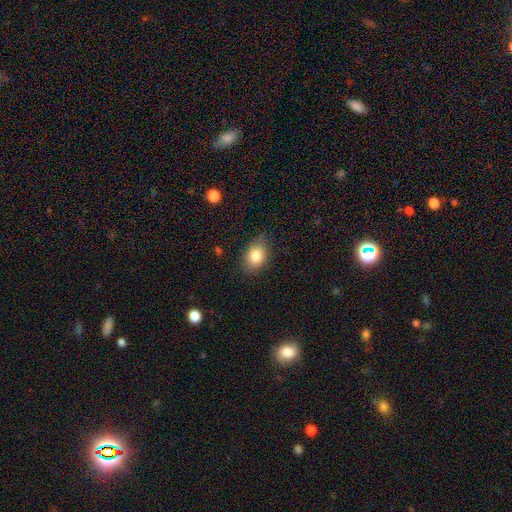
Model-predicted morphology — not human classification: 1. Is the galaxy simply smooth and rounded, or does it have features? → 84% smooth, 9% star or artifact, 8% featured or disk.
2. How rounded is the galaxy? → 71% in between, 28% round, 1% cigar-shaped.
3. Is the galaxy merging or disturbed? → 76% none, 18% minor disturbance, 4% major disturbance, 1% merger.